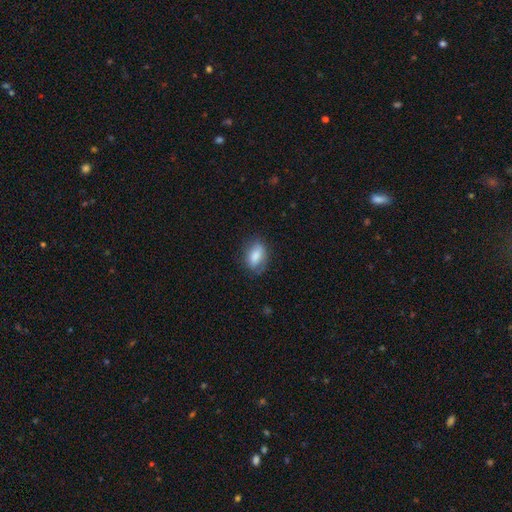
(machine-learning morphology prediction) smooth 80%, featured or disk 13%, star or artifact 7%. Down the decision tree: how rounded — in between (86%); merging — none (73%).